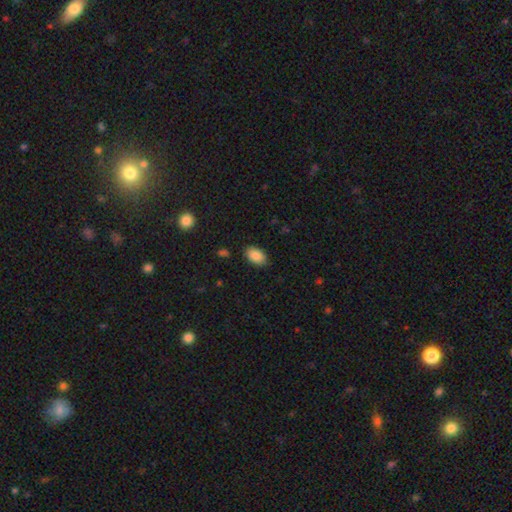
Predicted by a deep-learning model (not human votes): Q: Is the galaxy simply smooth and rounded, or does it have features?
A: smooth — 88%.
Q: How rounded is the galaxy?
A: in between — 90%.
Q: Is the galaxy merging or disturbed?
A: none — 87%.